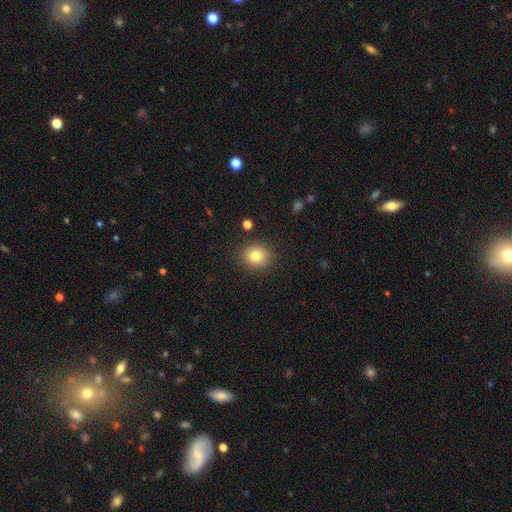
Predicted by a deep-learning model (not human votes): The model was most divided on "how rounded": round: 79%, in between: 20%, cigar-shaped: 1%. More confident: merging — none (88%); smooth or featured — smooth (81%).